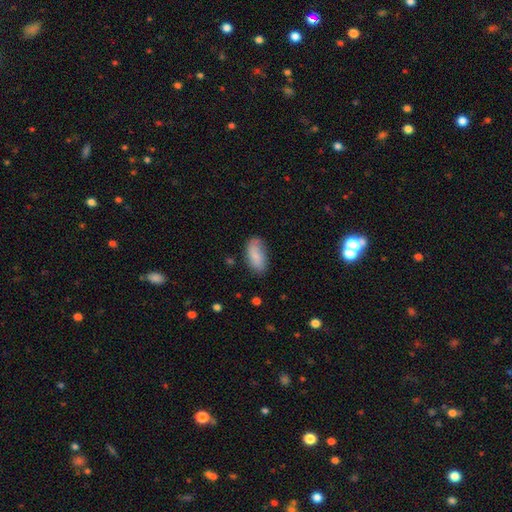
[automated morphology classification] This appears to be a smooth galaxy with no disk features (82%) that is in between round and cigar-shaped (92%). Merging: none (71%).